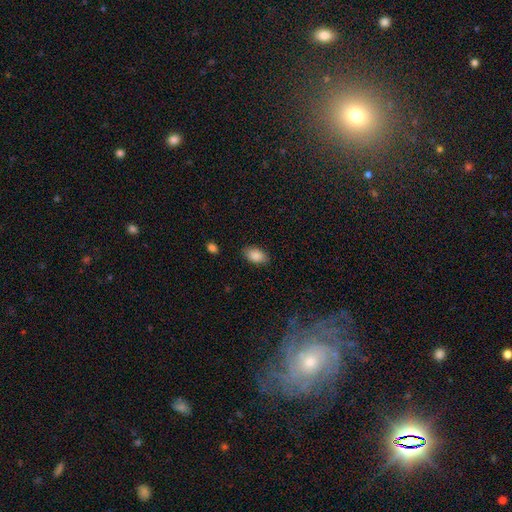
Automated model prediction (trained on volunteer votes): A smooth galaxy with no disk features (87%) that is in between round and cigar-shaped (92%).

Vote fractions:
- Smooth or featured? smooth: 87% / star or artifact: 7% / featured or disk: 5%
- How rounded? in between: 92% / round: 6% / cigar-shaped: 2%
- Merging? none: 85% / minor disturbance: 11% / major disturbance: 3% / merger: 1%